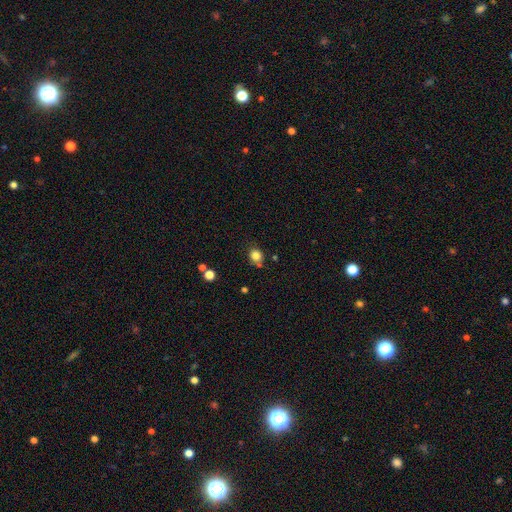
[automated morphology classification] A smooth galaxy with no disk features (82%) that is round (76%). Merging: none (74%).